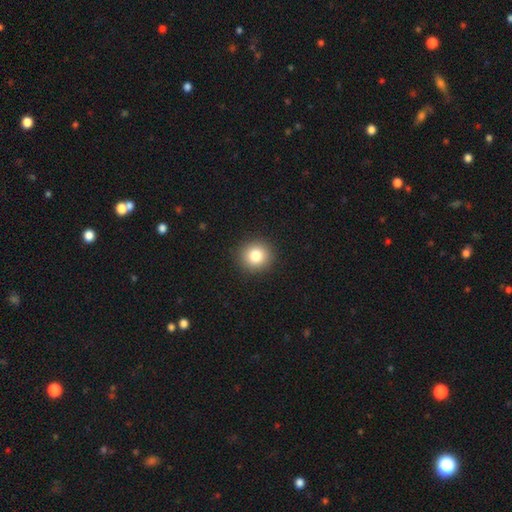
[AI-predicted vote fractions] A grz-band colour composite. It shows a smooth galaxy with no disk features (82%) that is round (91%). Merging: none (92%).